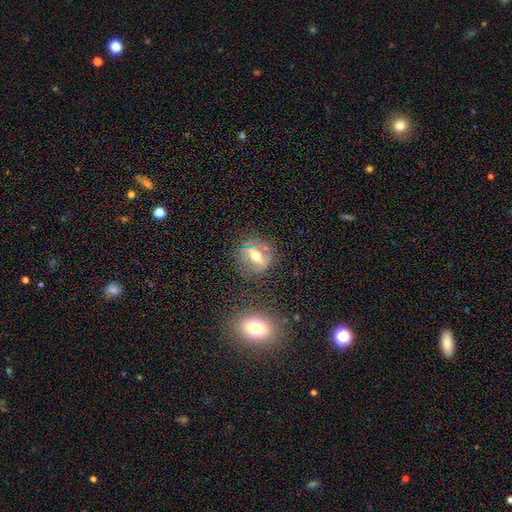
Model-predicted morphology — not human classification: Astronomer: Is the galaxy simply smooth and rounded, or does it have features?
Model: featured or disk — 67%.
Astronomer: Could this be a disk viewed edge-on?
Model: no — 86%.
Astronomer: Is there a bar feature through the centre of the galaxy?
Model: strong — 52% (runner-up: weak, 32%).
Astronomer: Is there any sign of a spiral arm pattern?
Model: yes — 55% (runner-up: no, 45%).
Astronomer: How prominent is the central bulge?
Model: moderate — 72%.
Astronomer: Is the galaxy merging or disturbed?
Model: none — 73%.